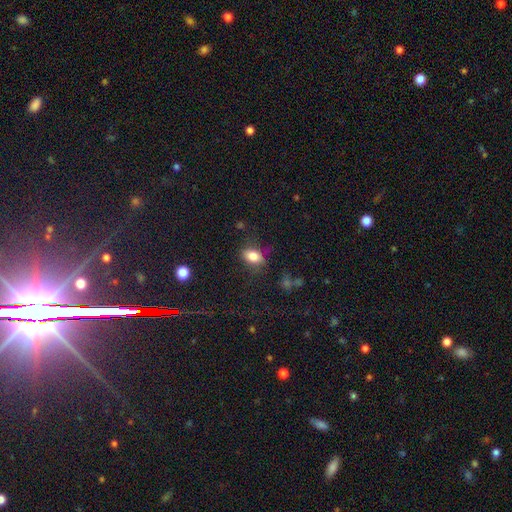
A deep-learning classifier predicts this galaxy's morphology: Overall: smooth (80%). How rounded: in between (81%). Merging: none (76%).